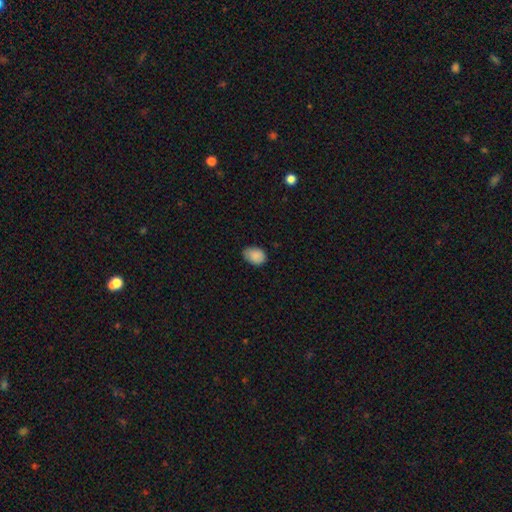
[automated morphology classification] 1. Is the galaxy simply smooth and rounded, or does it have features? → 88% smooth, 8% star or artifact, 5% featured or disk.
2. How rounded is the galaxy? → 74% in between, 25% round, 1% cigar-shaped.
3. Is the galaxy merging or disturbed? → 68% none, 28% minor disturbance, 4% major disturbance, 1% merger.